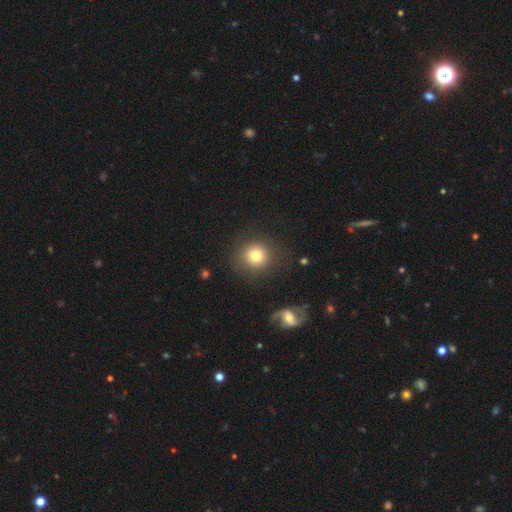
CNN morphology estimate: This is likely a smooth galaxy (77%). How rounded: clearly round (91%). Merging: clearly none (82%).